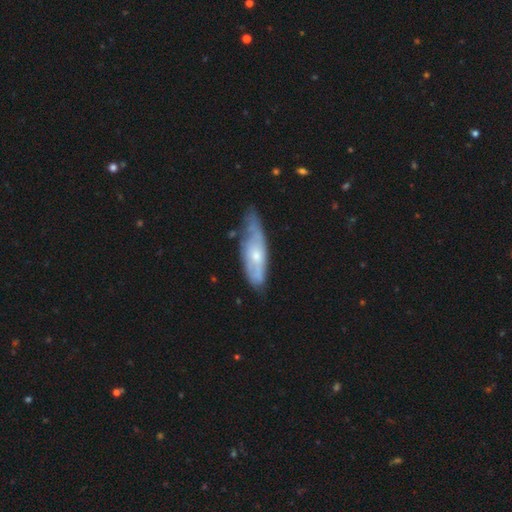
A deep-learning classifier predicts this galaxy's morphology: featured or disk 58%, smooth 36%, star or artifact 6%. Down the decision tree: edge-on disk — no (68%); merging — none (52%).